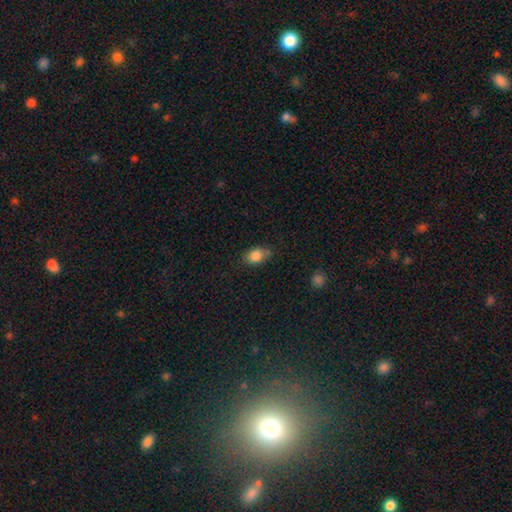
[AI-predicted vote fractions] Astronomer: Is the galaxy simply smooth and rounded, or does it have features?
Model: smooth — 84%.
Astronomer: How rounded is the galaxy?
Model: in between — 73%.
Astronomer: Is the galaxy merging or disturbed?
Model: none — 65%.